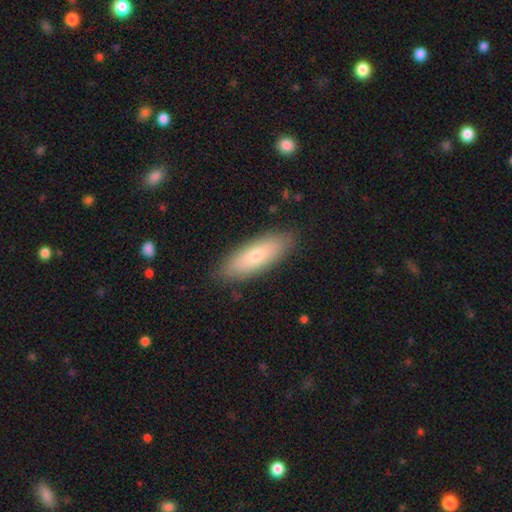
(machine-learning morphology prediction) smooth 70%, featured or disk 24%, star or artifact 6%. Down the decision tree: how rounded — in between (61%); merging — none (87%).